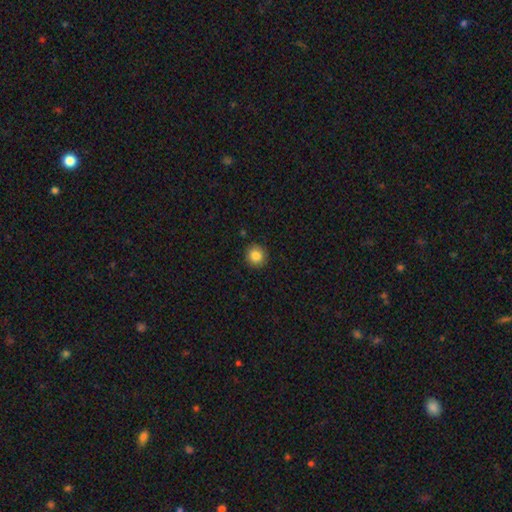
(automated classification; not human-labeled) smooth-or-featured: smooth: 85% | star or artifact: 10% | featured or disk: 5%
  how-rounded: round: 92% | in between: 7% | cigar-shaped: 1%
  merging: none: 91% | minor disturbance: 6% | major disturbance: 2% | merger: 1%